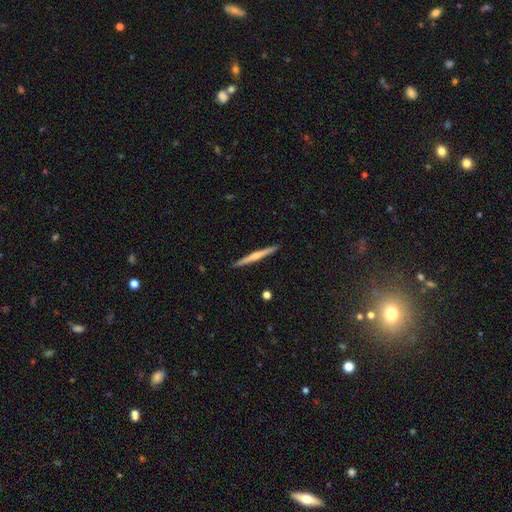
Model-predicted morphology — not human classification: smooth_or_featured: featured or disk (p=0.71) [alt: smooth p=0.24]
disk_edge_on: yes (p=0.98) [alt: no p=0.02]
edge_on_bulge: rounded (p=0.79) [alt: none p=0.16]
merging: none (p=0.92) [alt: minor disturbance p=0.05]